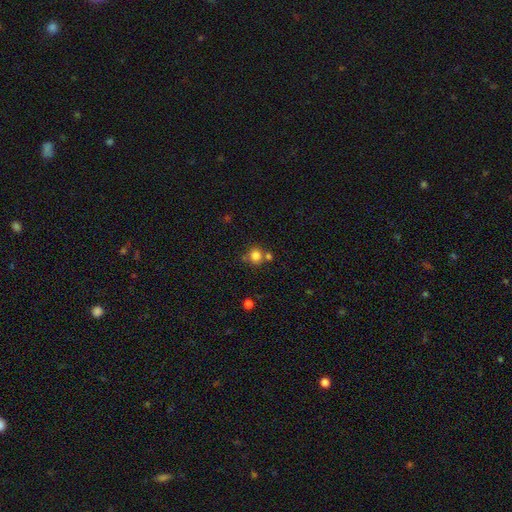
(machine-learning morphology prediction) Overall: smooth (81%). How rounded: round (89%). Merging: none (66%).